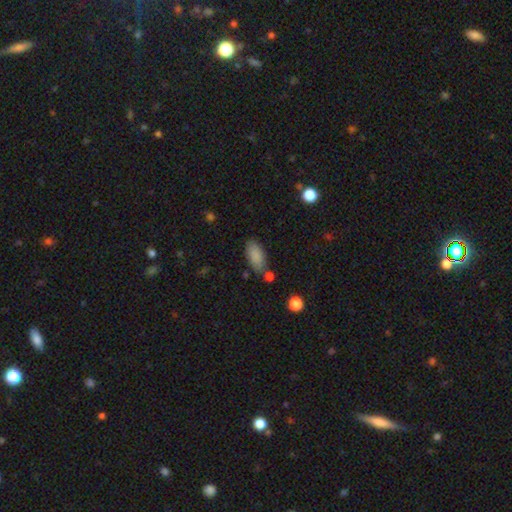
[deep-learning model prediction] Q: Smooth or featured?
A: smooth (86%); runner-up: star or artifact (8%)
Q: How rounded?
A: in between (89%); runner-up: cigar-shaped (9%)
Q: Merging?
A: none (70%); runner-up: minor disturbance (16%)